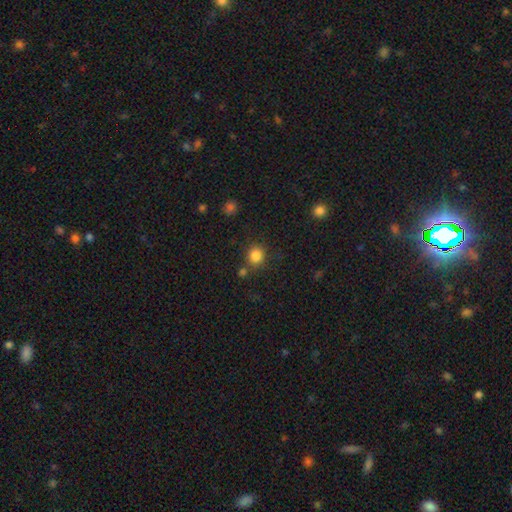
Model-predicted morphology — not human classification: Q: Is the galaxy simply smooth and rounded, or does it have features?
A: smooth — 84%.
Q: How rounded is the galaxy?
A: round — 87%.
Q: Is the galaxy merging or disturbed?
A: none — 77%.